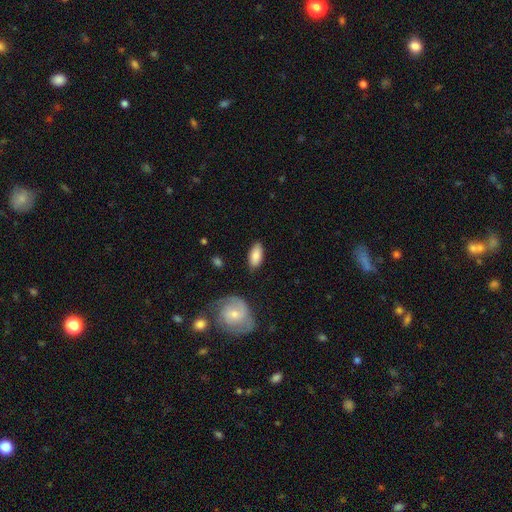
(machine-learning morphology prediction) smooth-or-featured: smooth: 83% | featured or disk: 11% | star or artifact: 6%
  how-rounded: in between: 89% | cigar-shaped: 8% | round: 3%
  merging: none: 83% | minor disturbance: 12% | major disturbance: 3% | merger: 2%